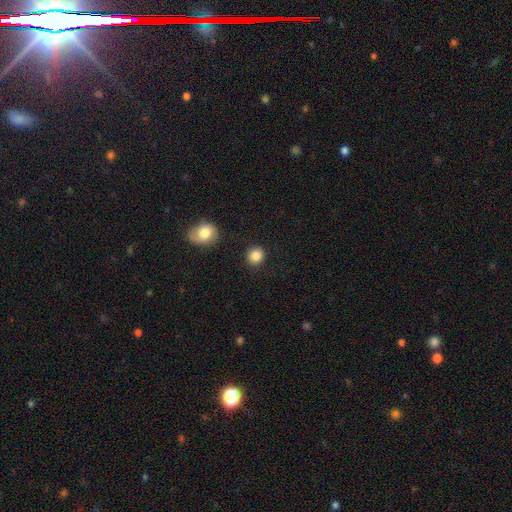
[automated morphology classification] type=smooth (86%); roundness=round (86%); merging=none (88%).